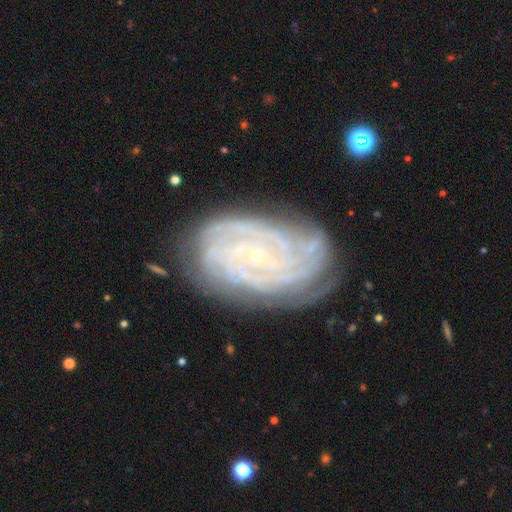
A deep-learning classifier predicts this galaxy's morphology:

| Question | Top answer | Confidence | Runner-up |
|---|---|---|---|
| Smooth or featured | featured or disk | 88% | star or artifact (6%) |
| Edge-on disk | no | 97% | yes (3%) |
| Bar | no | 68% | weak (23%) |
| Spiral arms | yes | 98% | no (2%) |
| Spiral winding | tight | 81% | medium (16%) |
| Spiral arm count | can't tell | 24% | tied: 4 (24%) |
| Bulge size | small | 87% | moderate (9%) |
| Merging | none | 75% | minor disturbance (18%) |